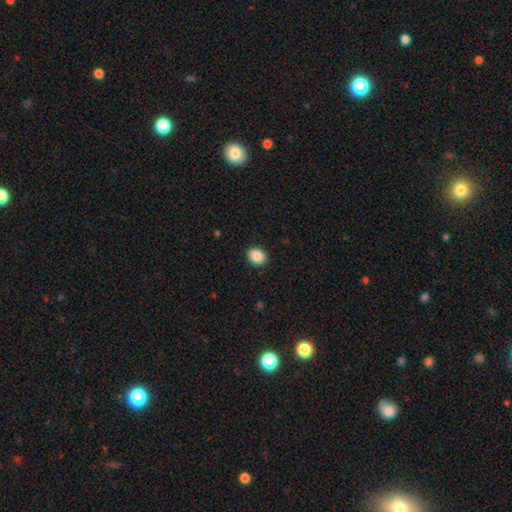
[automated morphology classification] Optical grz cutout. It shows a smooth galaxy with no disk features (88%) that is round (56%). Merging: none (91%).